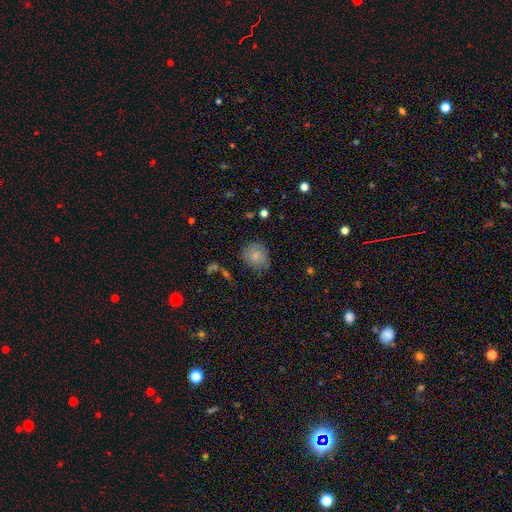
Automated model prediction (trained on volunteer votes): Q: Smooth or featured?
A: smooth (78%); runner-up: featured or disk (13%)
Q: How rounded?
A: round (72%); runner-up: in between (27%)
Q: Merging?
A: none (69%); runner-up: minor disturbance (23%)